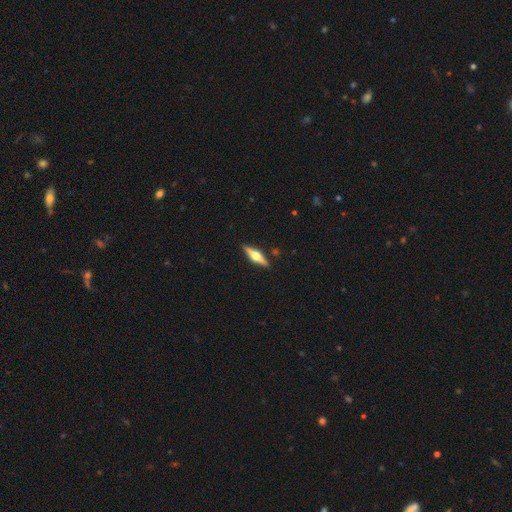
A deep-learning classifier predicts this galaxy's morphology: This appears to be a featured or disk galaxy (71%) viewed edge-on (97%) with a rounded central bulge (94%). Merging: none (89%).